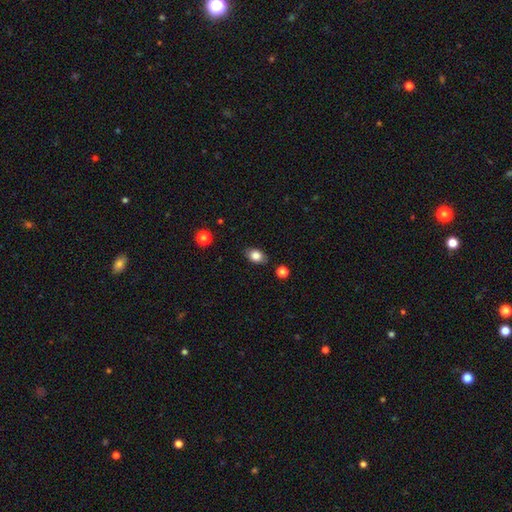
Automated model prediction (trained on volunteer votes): The model was most divided on "how rounded": in between: 79%, round: 20%, cigar-shaped: 1%. More confident: merging — none (83%); smooth or featured — smooth (82%).